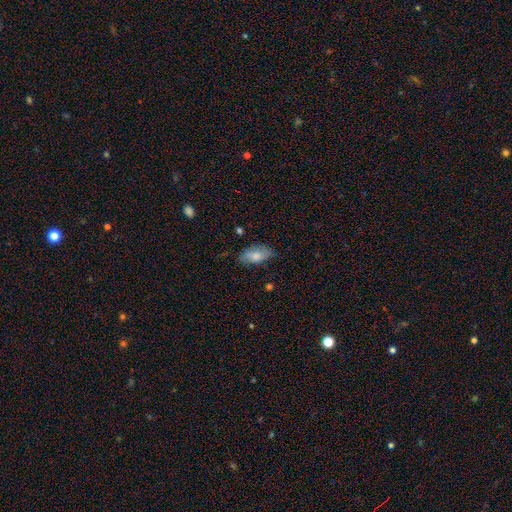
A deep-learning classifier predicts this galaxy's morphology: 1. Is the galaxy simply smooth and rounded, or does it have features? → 71% smooth, 21% featured or disk, 8% star or artifact.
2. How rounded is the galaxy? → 90% in between, 6% cigar-shaped, 4% round.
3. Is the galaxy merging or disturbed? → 65% none, 26% minor disturbance, 7% major disturbance, 2% merger.